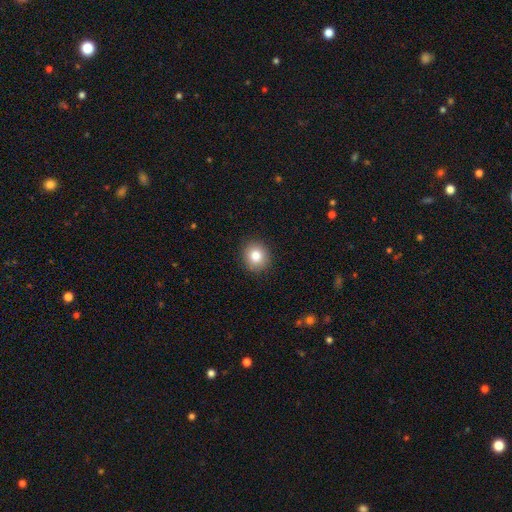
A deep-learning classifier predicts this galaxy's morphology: A smooth galaxy with no disk features (83%) that is round (81%). Merging: none (90%).